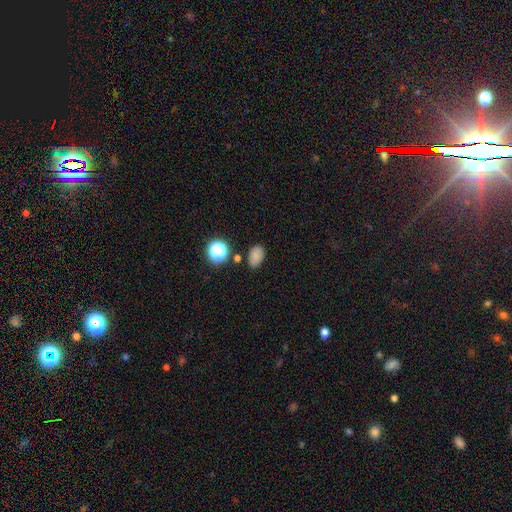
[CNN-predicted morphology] smooth_or_featured: smooth (p=0.79) [alt: star or artifact p=0.15]
how_rounded: in between (p=0.84) [alt: round p=0.15]
merging: none (p=0.80) [alt: minor disturbance p=0.13]